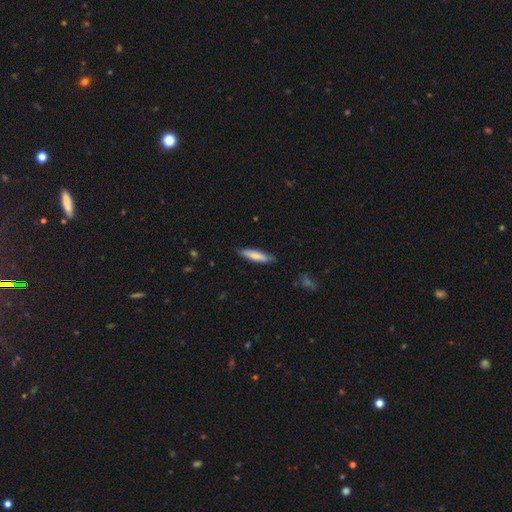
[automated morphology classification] Overall: smooth (71%). How rounded: cigar-shaped (79%). Merging: none (83%).